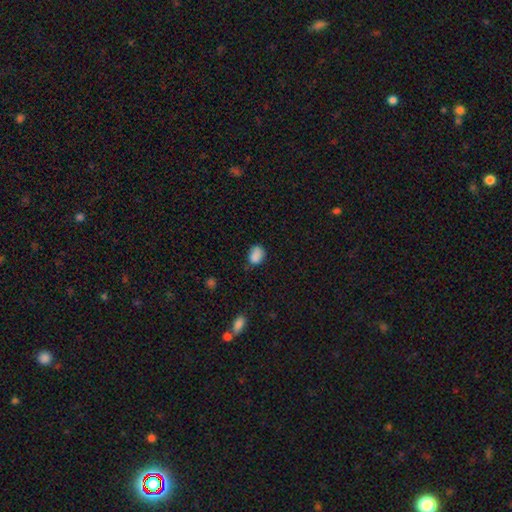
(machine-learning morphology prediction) A smooth galaxy with no disk features (84%) that is in between round and cigar-shaped (63%).

Vote fractions:
- Smooth or featured? smooth: 84% / star or artifact: 10% / featured or disk: 5%
- How rounded? in between: 63% / round: 36% / cigar-shaped: 1%
- Merging? none: 61% / minor disturbance: 29% / major disturbance: 7% / merger: 3%